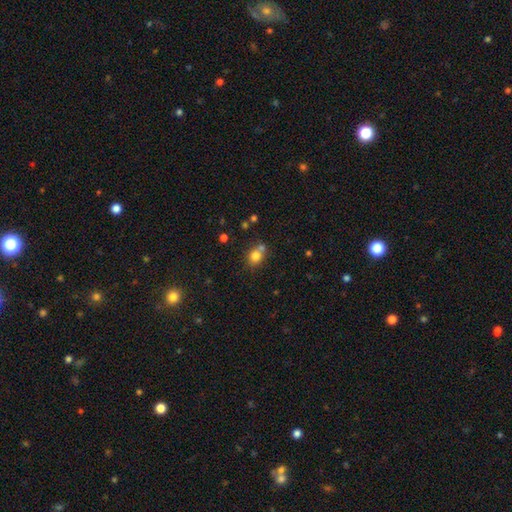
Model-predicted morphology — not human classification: type=smooth (78%); roundness=round (72%); merging=none (54%).